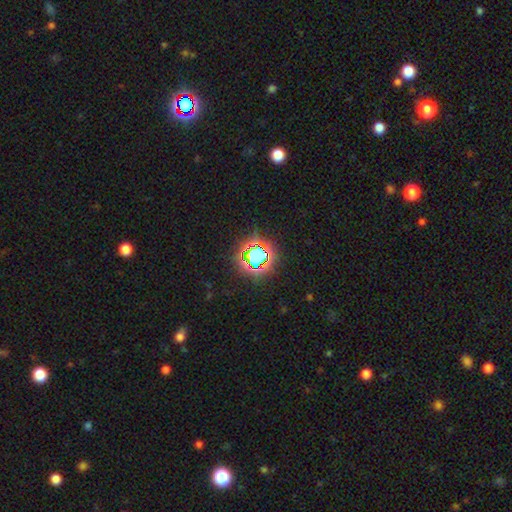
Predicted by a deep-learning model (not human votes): Morphology: type=star or artifact (67%).